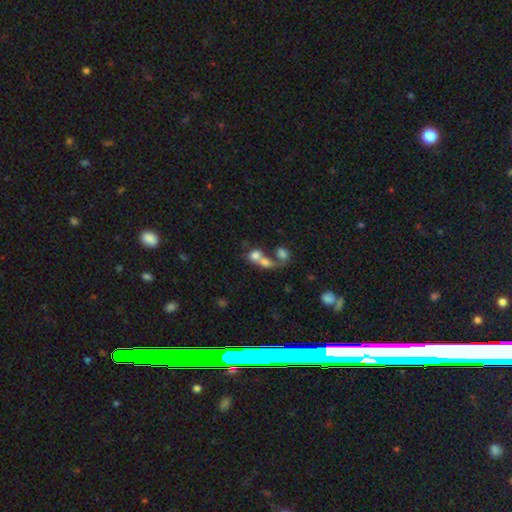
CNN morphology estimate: This is likely a smooth galaxy (70%). How rounded: possibly round (57%). Merging: likely merger (70%).